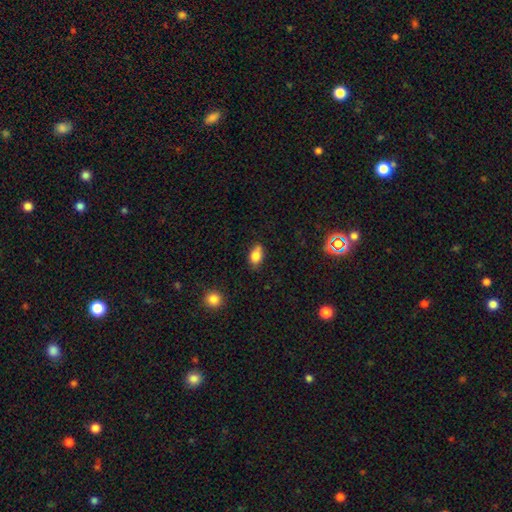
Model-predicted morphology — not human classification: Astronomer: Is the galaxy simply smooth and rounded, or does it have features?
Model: smooth — 82%.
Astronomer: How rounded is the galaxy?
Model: in between — 82%.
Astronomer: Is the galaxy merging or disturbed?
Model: none — 65%.